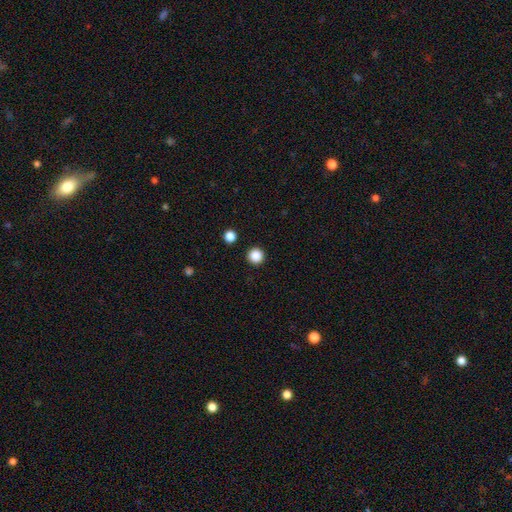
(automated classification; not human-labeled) smooth_or_featured: smooth (p=0.87) [alt: star or artifact p=0.10]
how_rounded: round (p=0.96) [alt: in between p=0.03]
merging: none (p=0.93) [alt: minor disturbance p=0.04]